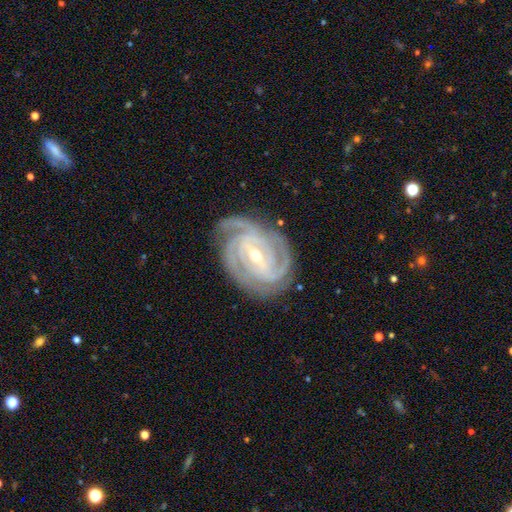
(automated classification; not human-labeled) smooth-or-featured: featured or disk: 93% | star or artifact: 4% | smooth: 3%
  disk-edge-on: no: 97% | yes: 3%
    bar: strong: 47% | weak: 40% | no: 13%
    has-spiral-arms: yes: 99% | no: 1%
      spiral-winding: tight: 76% | medium: 22% | loose: 2%
      spiral-arm-count: 3: 39% | 4: 31% | 2: 12% | can't tell: 8% | more than 4: 5% | 1: 5%
    bulge-size: small: 56% | moderate: 41% | large: 1% | none: 1% | dominant: 1%
  merging: none: 80% | minor disturbance: 15% | major disturbance: 4% | merger: 1%